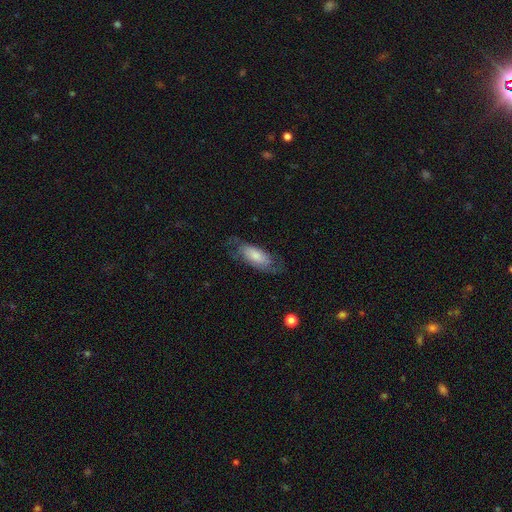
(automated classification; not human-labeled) A smooth galaxy with no disk features (54%) that is in between round and cigar-shaped (79%). Merging: none (61%).